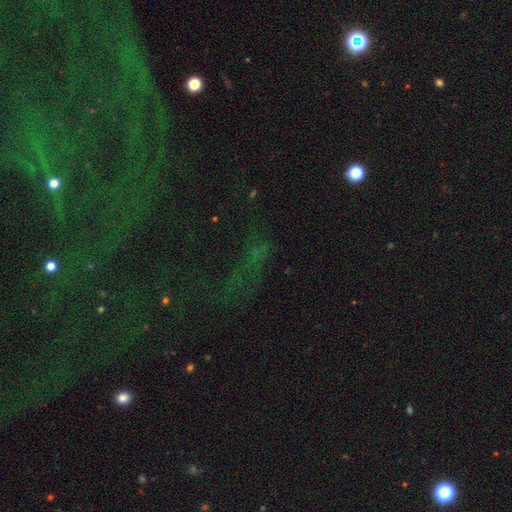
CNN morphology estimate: Q: Smooth or featured?
A: star or artifact (64%); runner-up: smooth (21%)